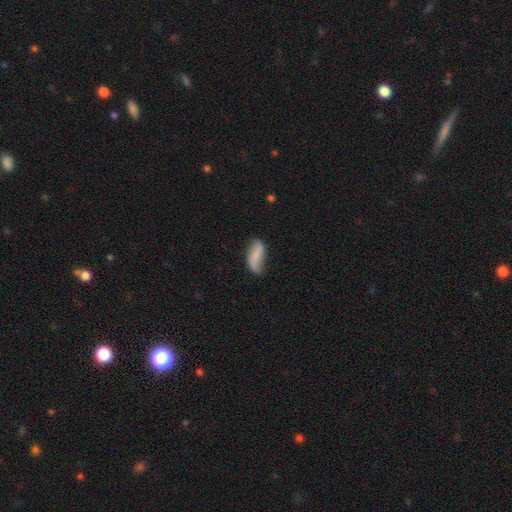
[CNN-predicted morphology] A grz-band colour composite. It shows a smooth galaxy with no disk features (59%) that is in between round and cigar-shaped (83%). Merging: none (48%).